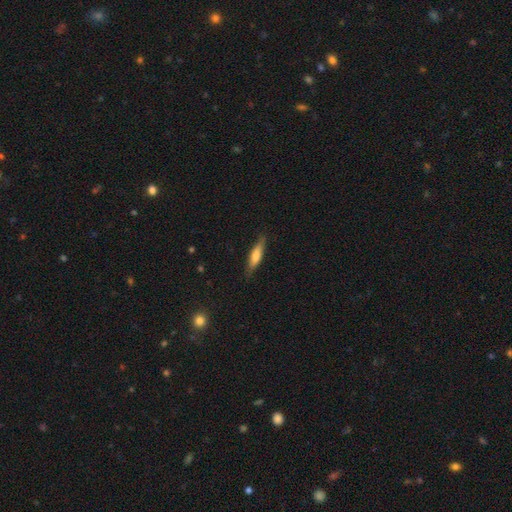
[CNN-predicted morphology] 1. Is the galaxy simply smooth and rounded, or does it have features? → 64% smooth, 30% featured or disk, 6% star or artifact.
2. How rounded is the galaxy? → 75% cigar-shaped, 23% in between, 2% round.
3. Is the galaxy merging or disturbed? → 80% none, 15% minor disturbance, 3% major disturbance, 1% merger.